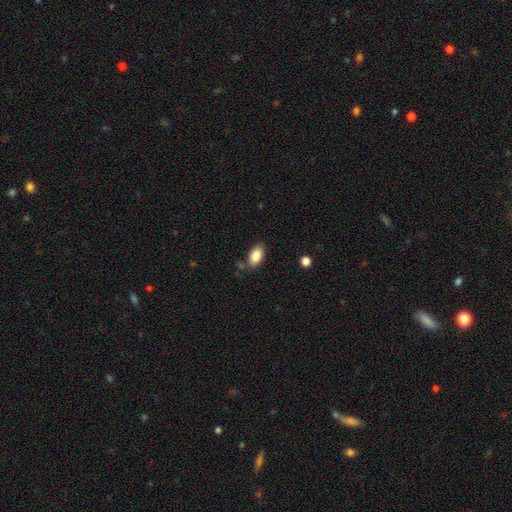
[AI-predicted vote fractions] Q: Smooth or featured?
A: smooth (87%); runner-up: star or artifact (7%)
Q: How rounded?
A: in between (93%); runner-up: round (4%)
Q: Merging?
A: none (78%); runner-up: minor disturbance (15%)